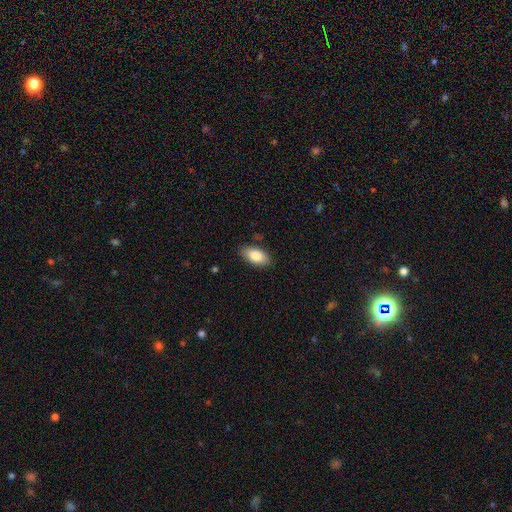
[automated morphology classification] Smooth or featured? Predicted: smooth (p=0.85). How rounded? Predicted: in between (p=0.93). Merging? Predicted: none (p=0.86).